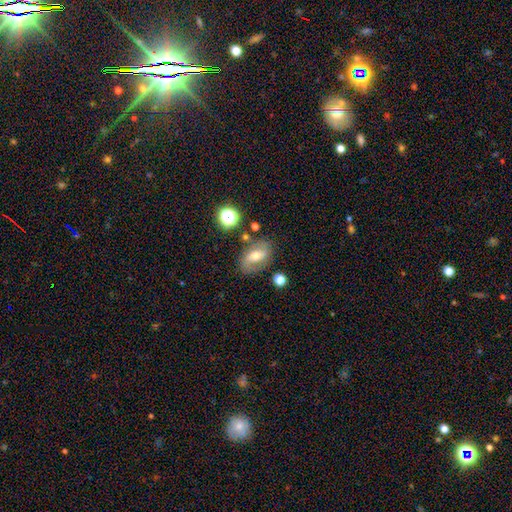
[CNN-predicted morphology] smooth_or_featured: featured or disk (p=0.50) [alt: smooth p=0.39]
disk_edge_on: no (p=0.91) [alt: yes p=0.09]
merging: none (p=0.72) [alt: minor disturbance p=0.17]